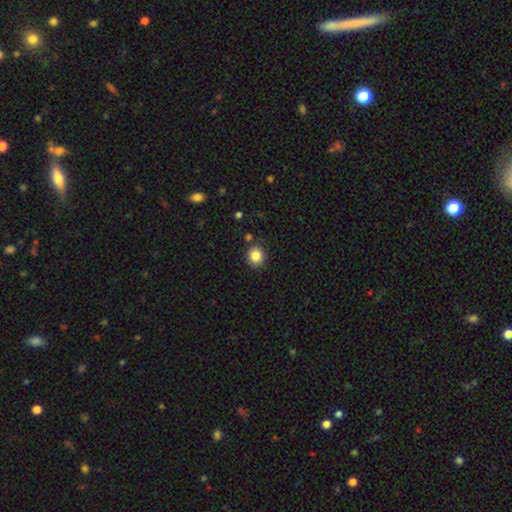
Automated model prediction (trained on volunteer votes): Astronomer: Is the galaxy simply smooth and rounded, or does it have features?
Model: smooth — 85%.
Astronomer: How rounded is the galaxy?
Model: round — 84%.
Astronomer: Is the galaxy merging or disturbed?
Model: none — 85%.